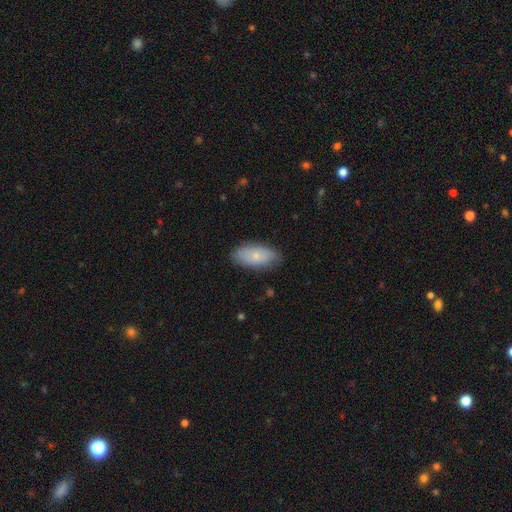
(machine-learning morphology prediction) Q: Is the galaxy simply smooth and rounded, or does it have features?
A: smooth — 73%.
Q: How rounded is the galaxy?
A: in between — 91%.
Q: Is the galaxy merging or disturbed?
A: none — 82%.